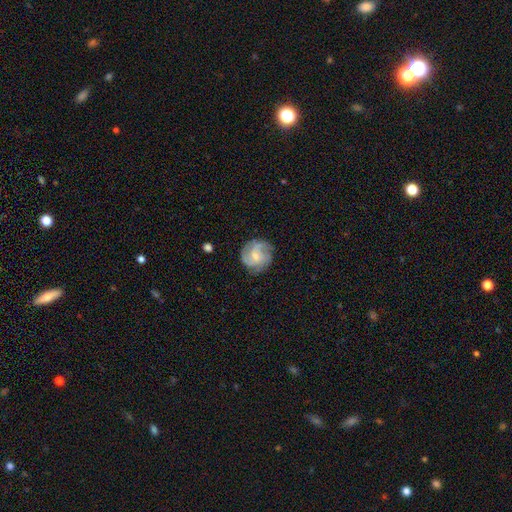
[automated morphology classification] smooth-or-featured: featured or disk: 71% | smooth: 23% | star or artifact: 6%
  disk-edge-on: no: 98% | yes: 2%
    bar: no: 55% | weak: 39% | strong: 6%
    has-spiral-arms: yes: 93% | no: 7%
      spiral-winding: medium: 44% | tight: 41% | loose: 15%
      spiral-arm-count: 3: 40% | can't tell: 21% | 2: 20% | 4: 10% | 1: 5% | more than 4: 5%
    bulge-size: small: 57% | moderate: 33% | none: 6% | large: 2% | dominant: 1%
  merging: none: 76% | minor disturbance: 17% | major disturbance: 6% | merger: 1%